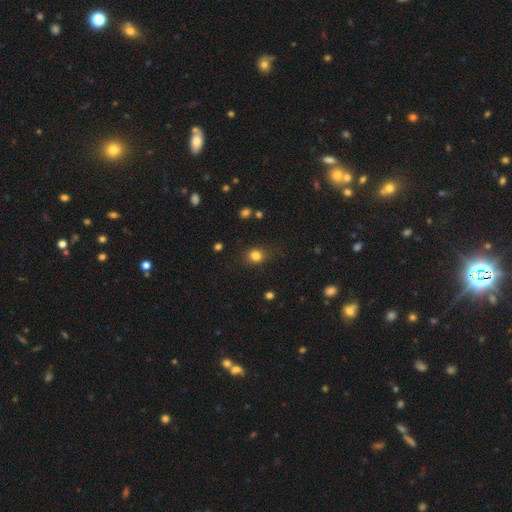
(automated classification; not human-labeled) Smooth or featured?
  - smooth: 81% *
  - star or artifact: 13%
  - featured or disk: 6%
How rounded?
  - round: 72% *
  - in between: 26%
  - cigar-shaped: 1%
Merging?
  - none: 77% *
  - minor disturbance: 16%
  - major disturbance: 5%
  - merger: 2%